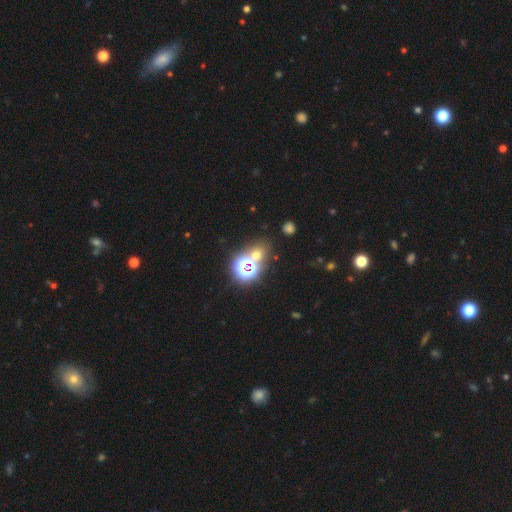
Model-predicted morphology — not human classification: type=star or artifact (46%).